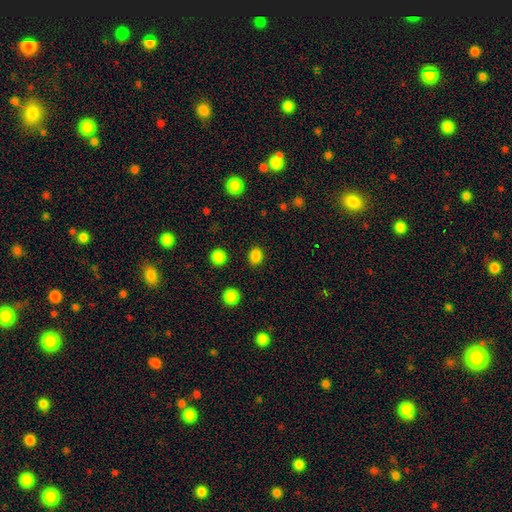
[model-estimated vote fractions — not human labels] The model was most divided on "how rounded": round: 57%, in between: 42%, cigar-shaped: 1%. More confident: merging — none (88%); smooth or featured — smooth (84%).